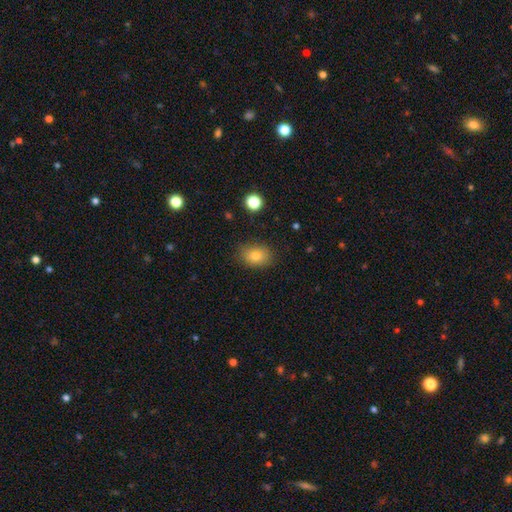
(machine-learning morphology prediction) This appears to be a smooth galaxy with no disk features (79%) that is in between round and cigar-shaped (62%). Merging: none (83%).